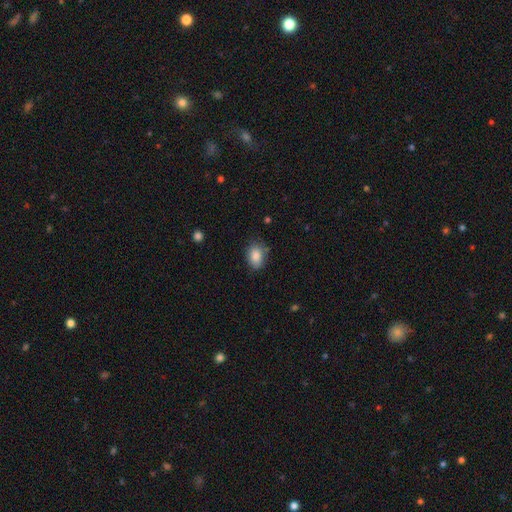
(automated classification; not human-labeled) smooth_or_featured: smooth (p=0.86) [alt: star or artifact p=0.08]
how_rounded: in between (p=0.79) [alt: round p=0.20]
merging: none (p=0.75) [alt: minor disturbance p=0.19]